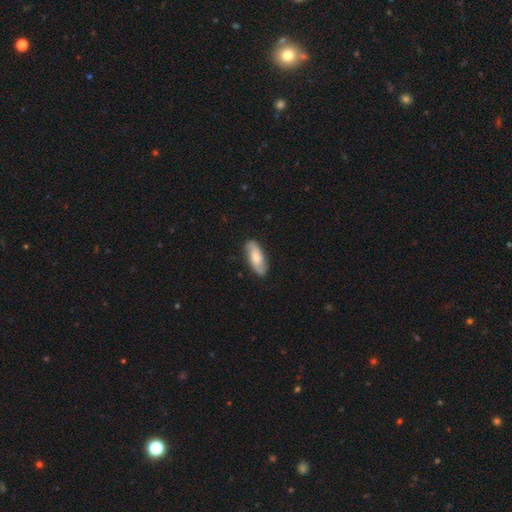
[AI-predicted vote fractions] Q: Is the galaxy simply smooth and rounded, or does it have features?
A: smooth — 58%.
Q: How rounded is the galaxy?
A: in between — 74%.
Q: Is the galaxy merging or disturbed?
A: none — 84%.